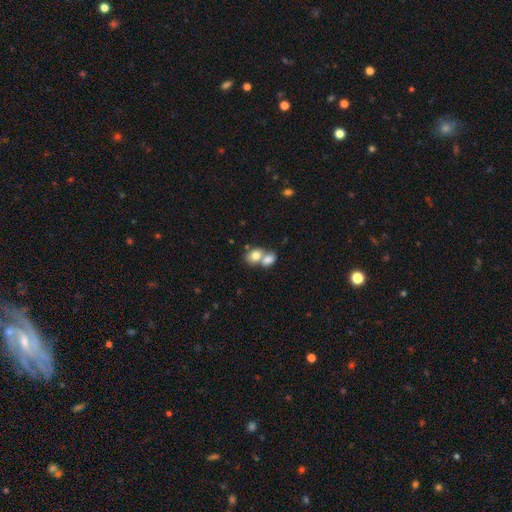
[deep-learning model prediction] Q: Smooth or featured?
A: smooth (78%); runner-up: featured or disk (14%)
Q: How rounded?
A: in between (55%); runner-up: round (44%)
Q: Merging?
A: merger (66%); runner-up: none (24%)